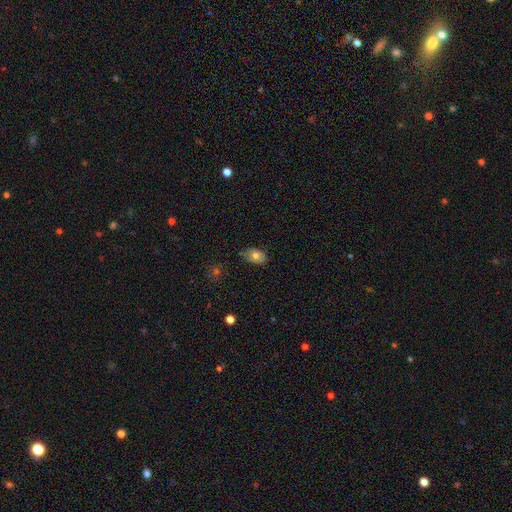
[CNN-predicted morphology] smooth_or_featured: smooth (p=0.73) [alt: featured or disk p=0.18]
how_rounded: in between (p=0.86) [alt: round p=0.12]
merging: none (p=0.69) [alt: minor disturbance p=0.25]